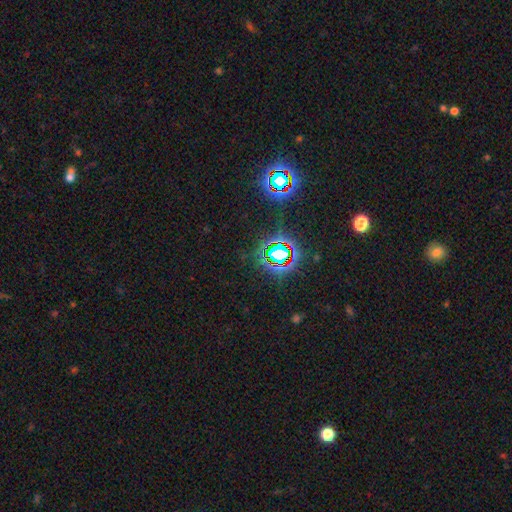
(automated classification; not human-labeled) Smooth or featured: star or artifact — 77% (smooth — 14%)